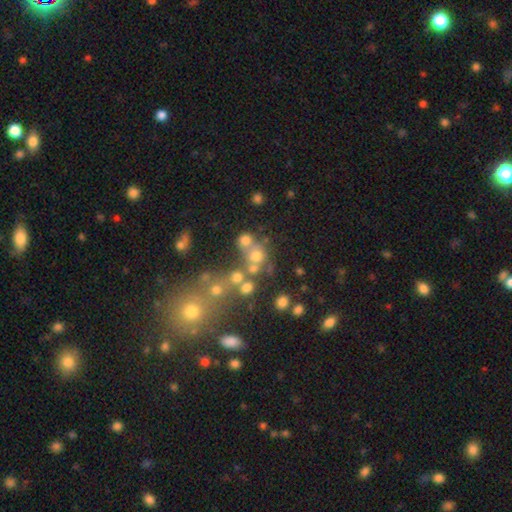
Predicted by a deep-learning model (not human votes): smooth-or-featured: smooth: 55% | star or artifact: 24% | featured or disk: 21%
  how-rounded: round: 76% | in between: 22% | cigar-shaped: 2%
  merging: none: 48% | merger: 34% | minor disturbance: 10% | major disturbance: 8%